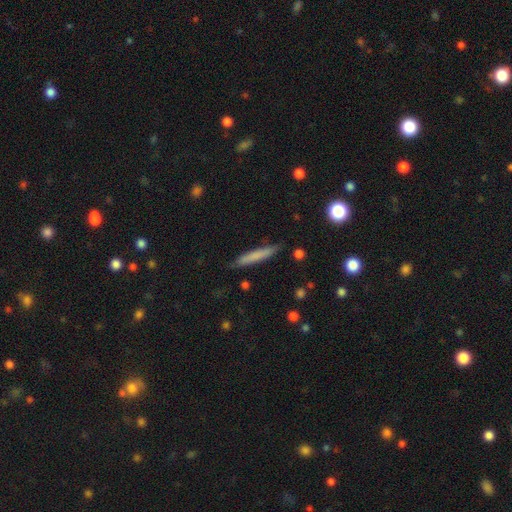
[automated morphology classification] smooth 72%, featured or disk 22%, star or artifact 6%. Down the decision tree: how rounded — cigar-shaped (94%); merging — none (85%).